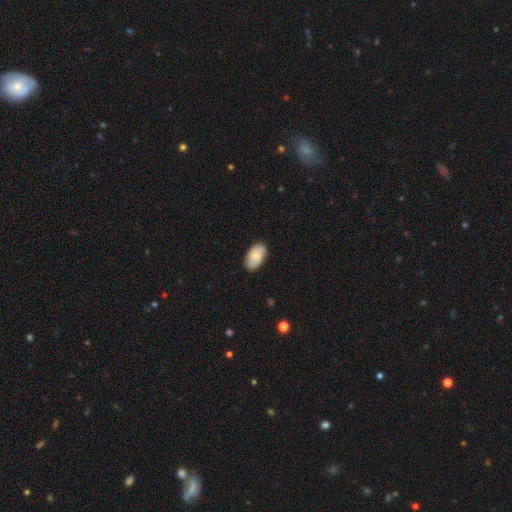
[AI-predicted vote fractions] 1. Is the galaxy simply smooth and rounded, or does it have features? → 83% smooth, 12% featured or disk, 6% star or artifact.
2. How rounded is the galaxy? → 95% in between, 4% round, 1% cigar-shaped.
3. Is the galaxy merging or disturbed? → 85% none, 12% minor disturbance, 2% major disturbance, 1% merger.